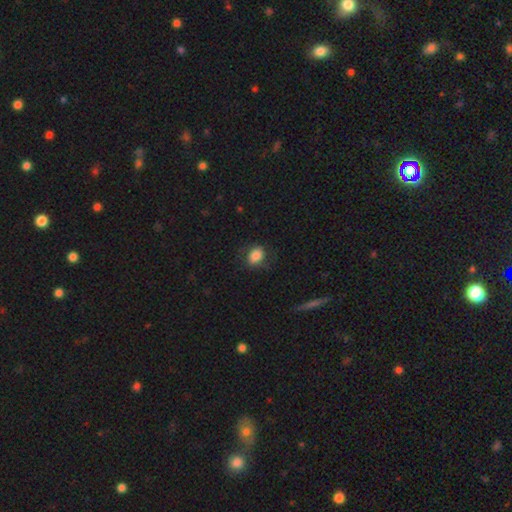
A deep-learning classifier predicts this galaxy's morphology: A smooth galaxy with no disk features (78%) that is in between round and cigar-shaped (62%).

Vote fractions:
- Smooth or featured? smooth: 78% / featured or disk: 13% / star or artifact: 9%
- How rounded? in between: 62% / round: 36% / cigar-shaped: 1%
- Merging? none: 69% / minor disturbance: 19% / major disturbance: 11% / merger: 1%